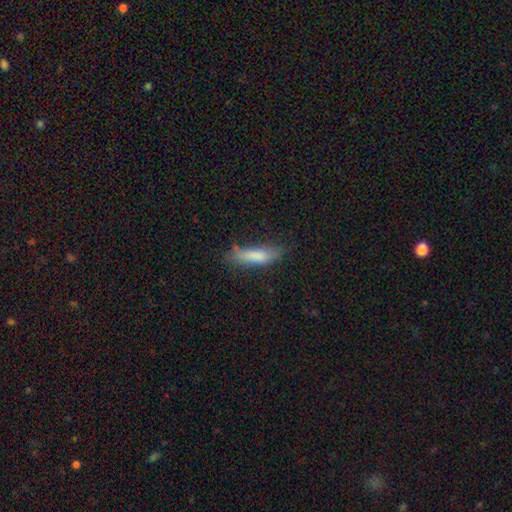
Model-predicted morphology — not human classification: smooth 76%, featured or disk 16%, star or artifact 8%. Down the decision tree: how rounded — cigar-shaped (64%); merging — none (55%).